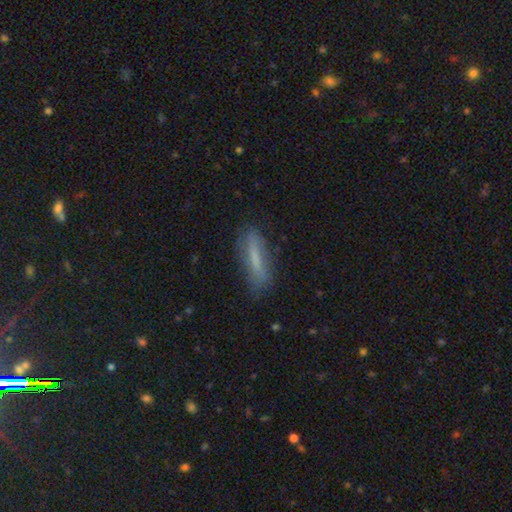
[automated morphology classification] Q: Smooth or featured?
A: smooth (61%); runner-up: featured or disk (28%)
Q: How rounded?
A: cigar-shaped (79%); runner-up: in between (20%)
Q: Merging?
A: none (81%); runner-up: minor disturbance (14%)